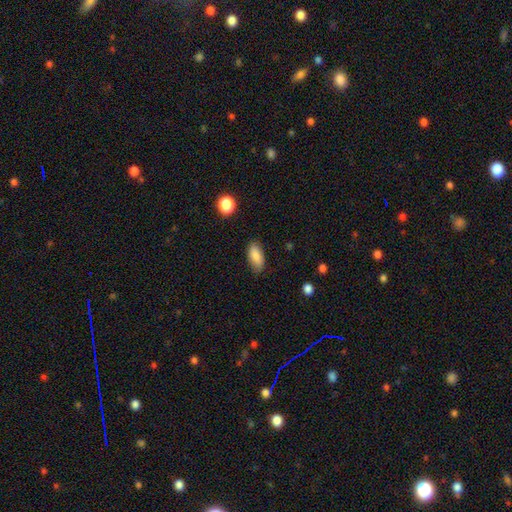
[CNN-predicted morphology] smooth-or-featured: smooth: 86% | featured or disk: 7% | star or artifact: 7%
  how-rounded: in between: 88% | cigar-shaped: 9% | round: 3%
  merging: none: 80% | minor disturbance: 16% | major disturbance: 3% | merger: 1%